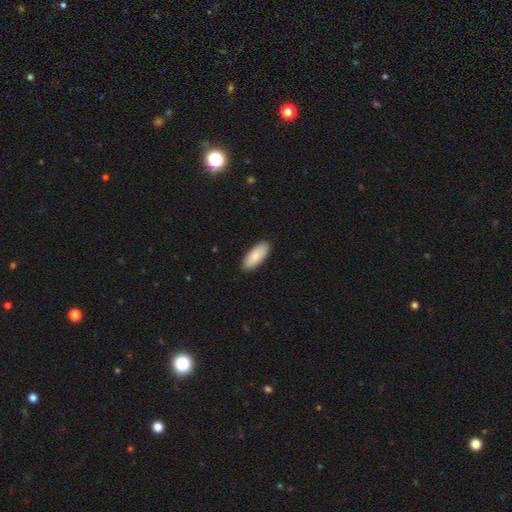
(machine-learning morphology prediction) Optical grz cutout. It shows a smooth galaxy with no disk features (87%) that is in between round and cigar-shaped (83%). Merging: none (90%).